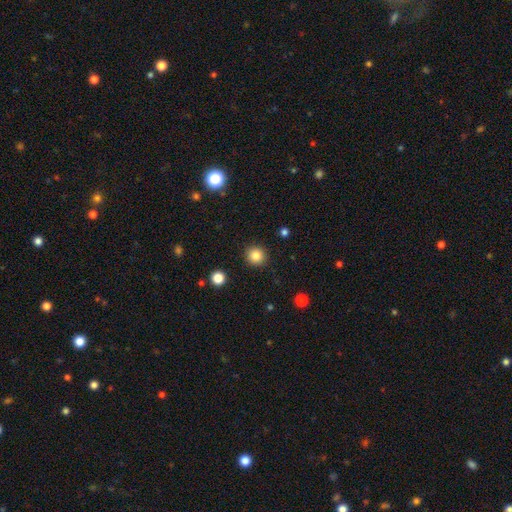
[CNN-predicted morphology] smooth_or_featured: smooth (p=0.83) [alt: star or artifact p=0.11]
how_rounded: round (p=0.94) [alt: in between p=0.05]
merging: none (p=0.92) [alt: minor disturbance p=0.05]